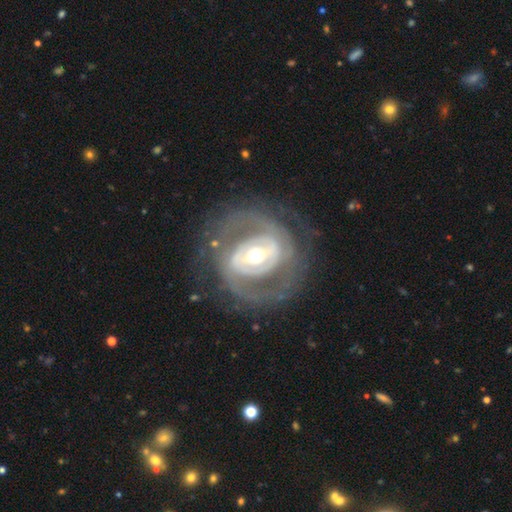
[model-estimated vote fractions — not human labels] Smooth or featured?
  - featured or disk: 85% *
  - smooth: 9%
  - star or artifact: 5%
Edge-on disk?
  - no: 96% *
  - yes: 4%
Bar?
  - strong: 45% *
  - weak: 34%
  - no: 21%
Spiral arms?
  - yes: 81% *
  - no: 19%
Spiral winding?
  - tight: 52% *
  - medium: 35%
  - loose: 13%
Spiral arm count?
  - 2: 61% *
  - can't tell: 20%
  - 3: 8%
  - 1: 4%
  - 4: 3%
  - more than 4: 3%
Bulge size?
  - moderate: 63% *
  - small: 23%
  - large: 11%
  - dominant: 1%
  - none: 1%
Merging?
  - none: 73% *
  - minor disturbance: 13%
  - major disturbance: 12%
  - merger: 1%